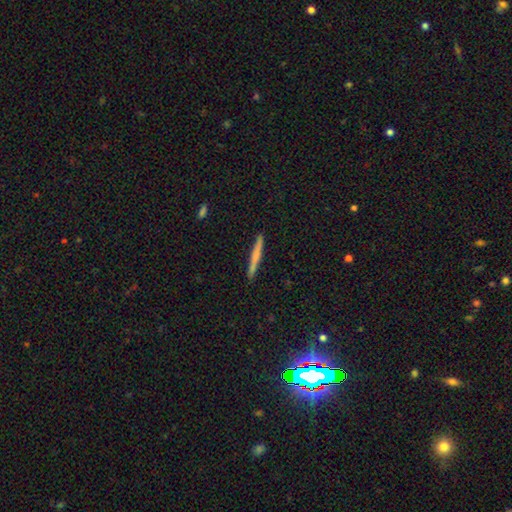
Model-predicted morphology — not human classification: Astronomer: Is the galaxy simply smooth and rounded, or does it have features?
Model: smooth — 57% (runner-up: featured or disk, 37%).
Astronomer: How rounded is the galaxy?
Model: cigar-shaped — 96%.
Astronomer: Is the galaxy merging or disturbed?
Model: none — 91%.